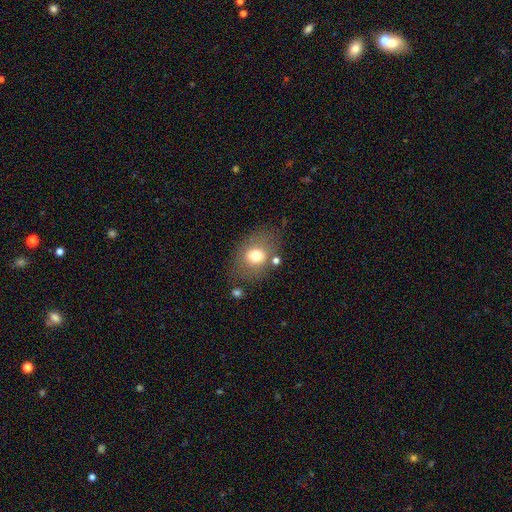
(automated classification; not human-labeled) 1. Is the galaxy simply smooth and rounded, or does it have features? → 70% smooth, 20% featured or disk, 10% star or artifact.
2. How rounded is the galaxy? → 62% in between, 37% round, 1% cigar-shaped.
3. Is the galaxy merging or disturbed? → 70% none, 16% minor disturbance, 7% major disturbance, 6% merger.